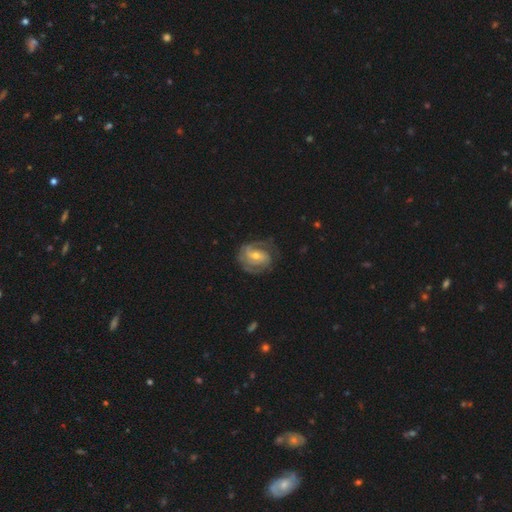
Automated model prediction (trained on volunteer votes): Smooth or featured: featured or disk — 87% (smooth — 8%)
Edge-on disk: no — 98% (yes — 2%)
Bar: weak — 46% (no — 37%)
Spiral arms: yes — 97% (no — 3%)
Spiral winding: tight — 53% (medium — 38%)
Spiral arm count: 2 — 46% (3 — 24%)
Bulge size: moderate — 56% (small — 40%)
Merging: none — 71% (minor disturbance — 19%)